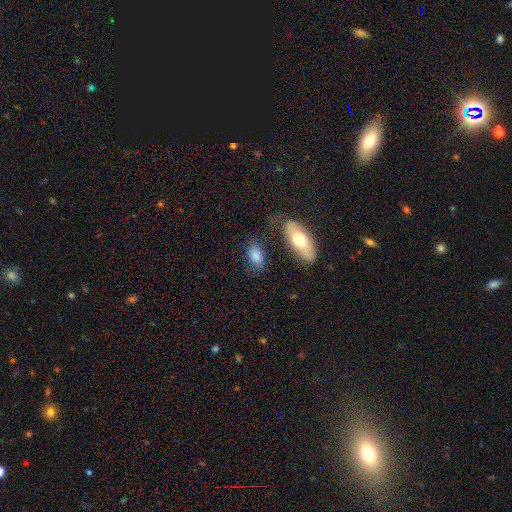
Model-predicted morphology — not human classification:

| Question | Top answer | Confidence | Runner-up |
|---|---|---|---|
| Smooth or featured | smooth | 79% | featured or disk (13%) |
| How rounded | in between | 88% | round (8%) |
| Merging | none | 67% | minor disturbance (17%) |